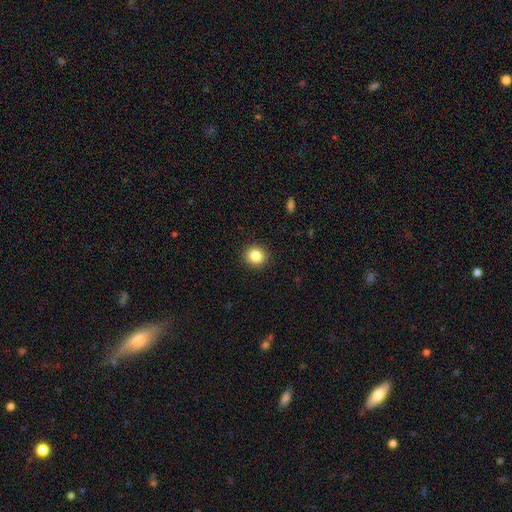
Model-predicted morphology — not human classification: The model was most divided on "how rounded": round: 83%, in between: 16%, cigar-shaped: 1%. More confident: merging — none (91%); smooth or featured — smooth (84%).